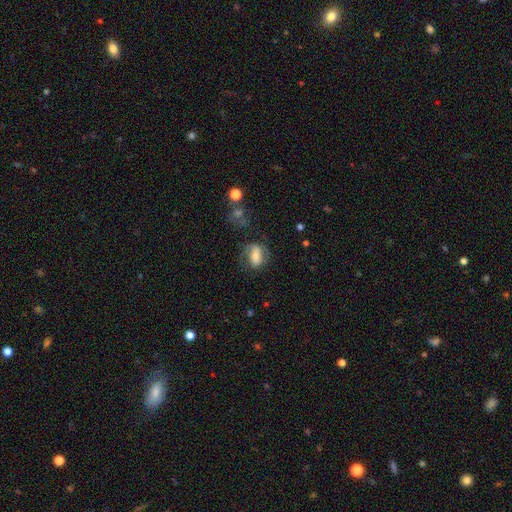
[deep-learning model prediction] The model was most divided on "smooth or featured": smooth: 55%, featured or disk: 37%, star or artifact: 9%. More confident: how rounded — in between (73%); merging — none (54%).